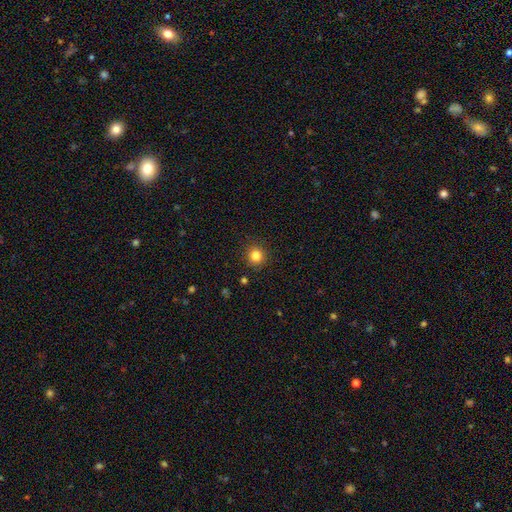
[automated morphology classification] smooth_or_featured: smooth (p=0.83) [alt: star or artifact p=0.12]
how_rounded: round (p=0.92) [alt: in between p=0.07]
merging: none (p=0.91) [alt: minor disturbance p=0.06]